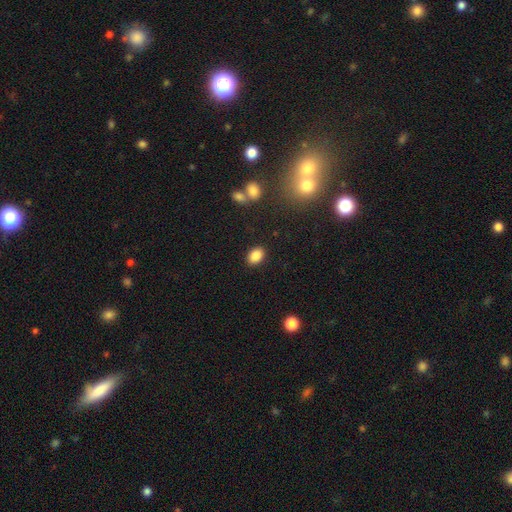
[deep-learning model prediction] smooth_or_featured: smooth (p=0.86) [alt: star or artifact p=0.09]
how_rounded: in between (p=0.80) [alt: round p=0.19]
merging: none (p=0.87) [alt: minor disturbance p=0.09]